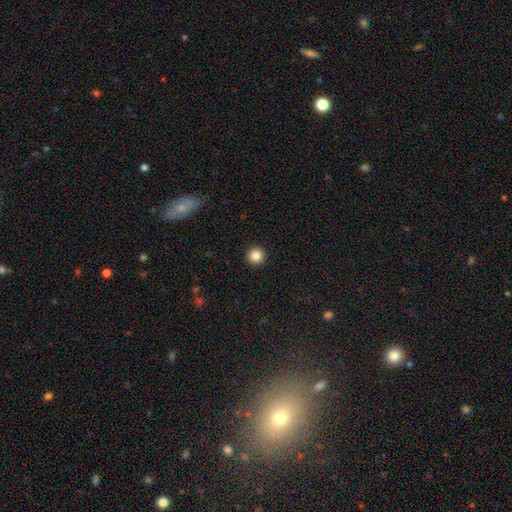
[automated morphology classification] type=smooth (85%); roundness=round (96%); merging=none (94%).